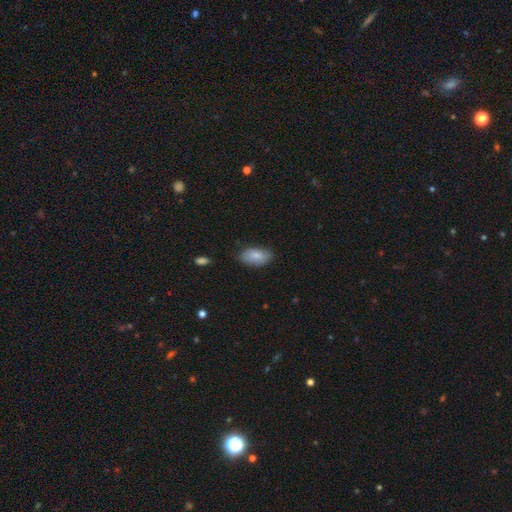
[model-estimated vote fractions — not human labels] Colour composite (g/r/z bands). It shows a smooth galaxy with no disk features (84%) that is in between round and cigar-shaped (93%). Merging: none (77%).